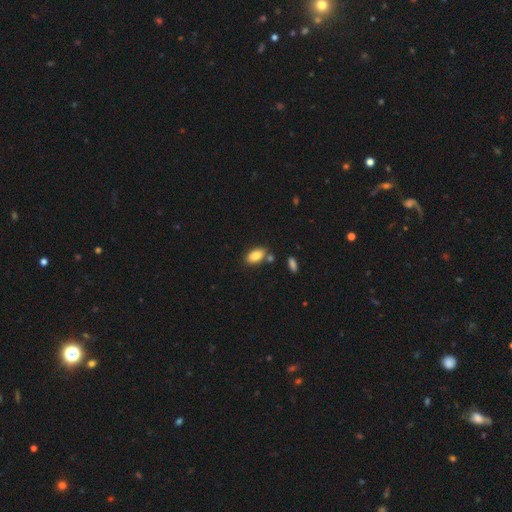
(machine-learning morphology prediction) Smooth or featured?
  - smooth: 85% *
  - featured or disk: 8%
  - star or artifact: 7%
How rounded?
  - in between: 92% *
  - round: 4%
  - cigar-shaped: 4%
Merging?
  - none: 72% *
  - merger: 14%
  - minor disturbance: 12%
  - major disturbance: 3%